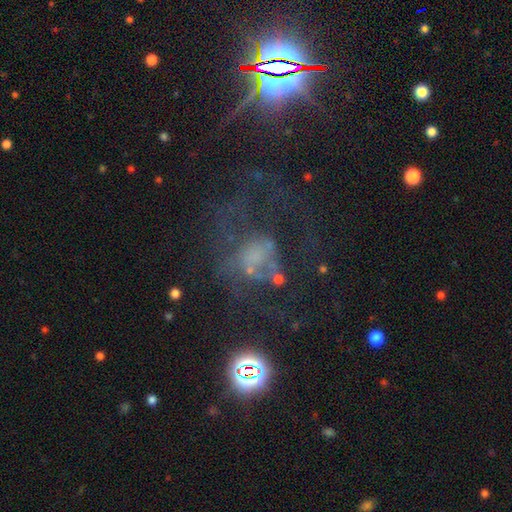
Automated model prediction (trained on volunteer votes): Smooth or featured: featured or disk — 42% (star or artifact — 30%)
Merging: major disturbance — 46% (none — 30%)